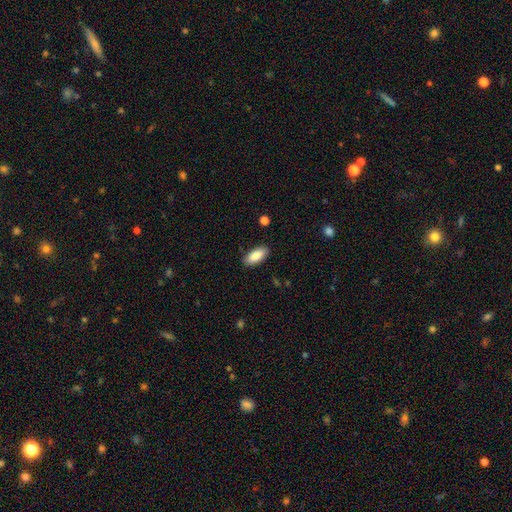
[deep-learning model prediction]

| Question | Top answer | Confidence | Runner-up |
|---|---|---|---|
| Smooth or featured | smooth | 88% | star or artifact (6%) |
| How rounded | in between | 87% | cigar-shaped (11%) |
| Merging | none | 88% | minor disturbance (9%) |